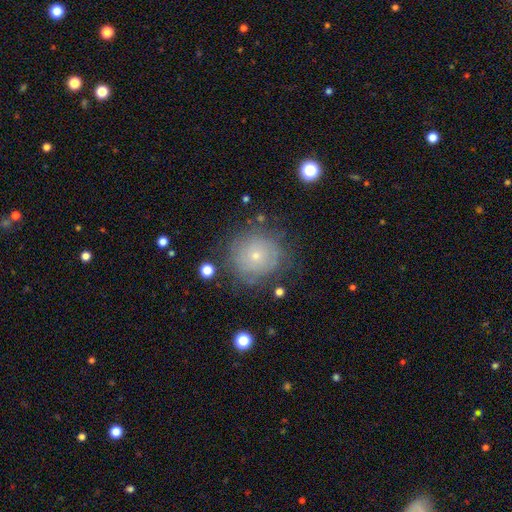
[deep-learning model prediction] smooth_or_featured: smooth (p=0.45) [alt: featured or disk p=0.42]
merging: none (p=0.75) [alt: minor disturbance p=0.16]